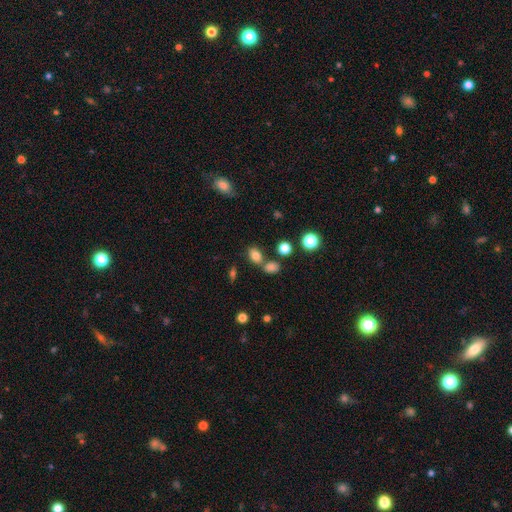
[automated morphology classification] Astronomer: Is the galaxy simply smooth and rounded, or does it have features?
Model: smooth — 78%.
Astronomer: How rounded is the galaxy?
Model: in between — 74%.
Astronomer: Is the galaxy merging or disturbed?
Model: none — 60%.